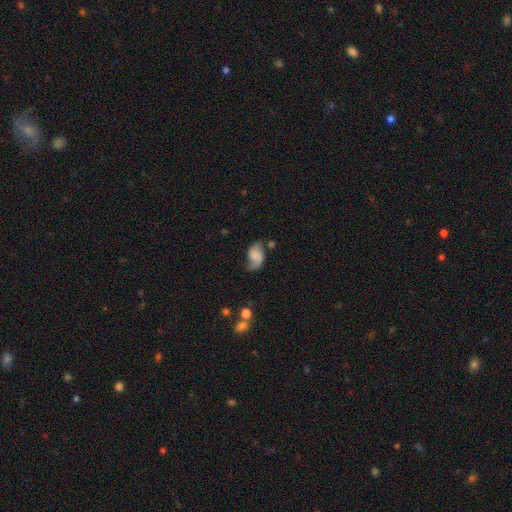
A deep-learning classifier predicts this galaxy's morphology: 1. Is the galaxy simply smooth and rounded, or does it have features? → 47% smooth, 43% featured or disk, 10% star or artifact.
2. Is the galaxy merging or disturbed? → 44% none, 31% minor disturbance, 20% major disturbance, 5% merger.